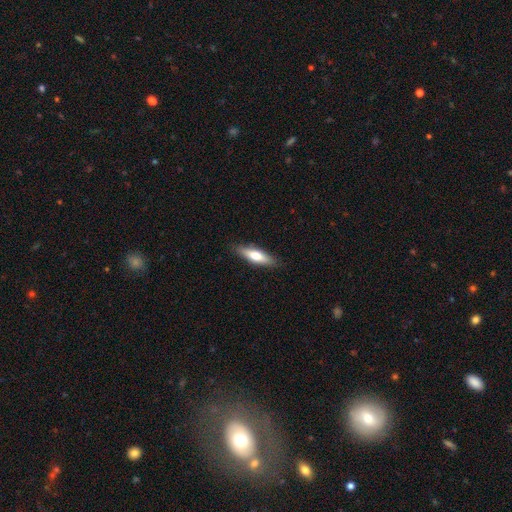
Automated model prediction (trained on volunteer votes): Overall: smooth (62%; featured or disk 32%). How rounded: cigar-shaped (59%; in between 40%). Merging: none (87%).